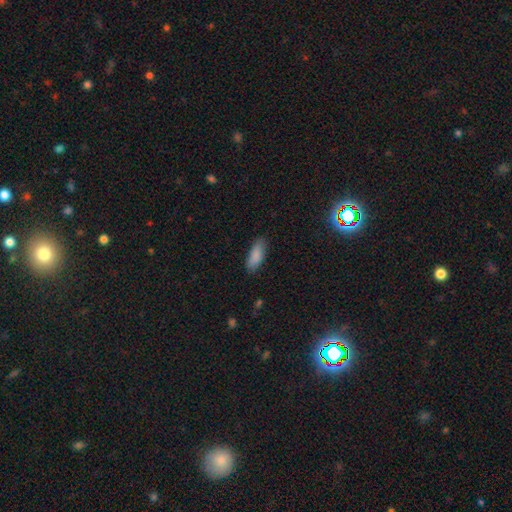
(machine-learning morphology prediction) Smooth or featured? smooth (87%)
How rounded? in between (70%)
Merging? none (81%)